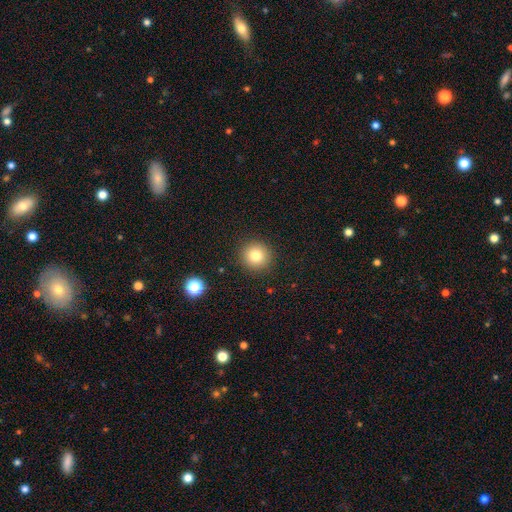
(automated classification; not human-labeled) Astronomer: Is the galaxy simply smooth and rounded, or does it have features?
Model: smooth — 80%.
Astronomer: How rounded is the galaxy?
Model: round — 94%.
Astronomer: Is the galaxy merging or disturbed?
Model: none — 91%.